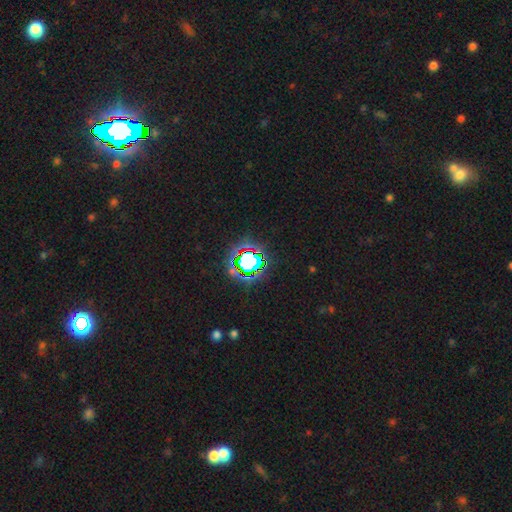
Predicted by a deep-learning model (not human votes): Q: Smooth or featured?
A: star or artifact (67%); runner-up: smooth (21%)